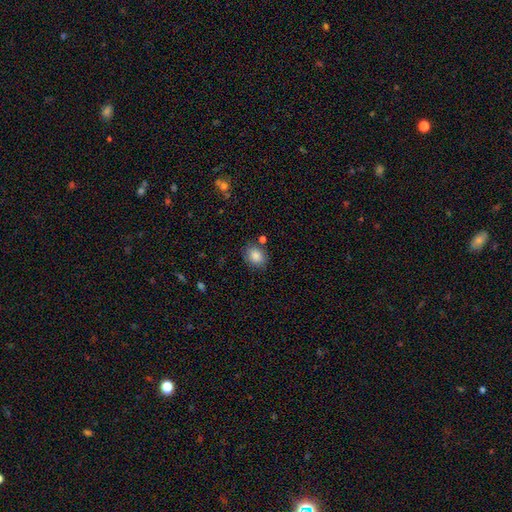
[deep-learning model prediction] smooth 86%, star or artifact 9%, featured or disk 6%. Down the decision tree: how rounded — round (51%); merging — none (79%).